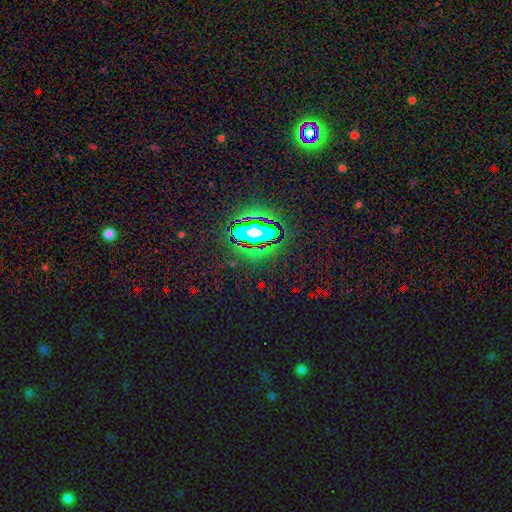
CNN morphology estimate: The model was most divided on "smooth or featured": star or artifact: 80%, smooth: 11%, featured or disk: 10%.